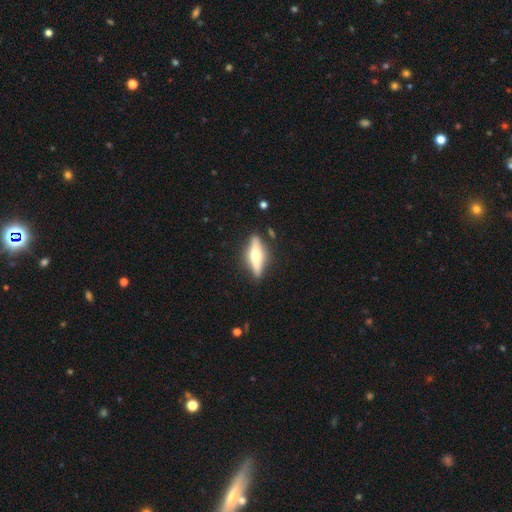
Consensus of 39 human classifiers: This is possibly a featured or disk galaxy (56%). It is clearly viewed edge-on (100%). Edge-on bulge: clearly rounded (91%). Merging: clearly none (92%).